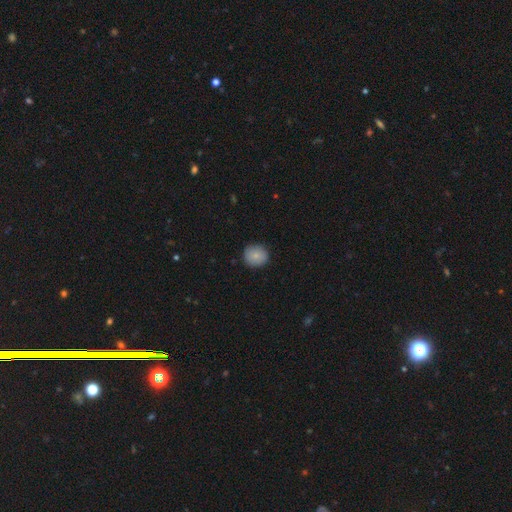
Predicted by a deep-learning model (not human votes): Smooth or featured? smooth (83%)
How rounded? round (89%)
Merging? none (88%)